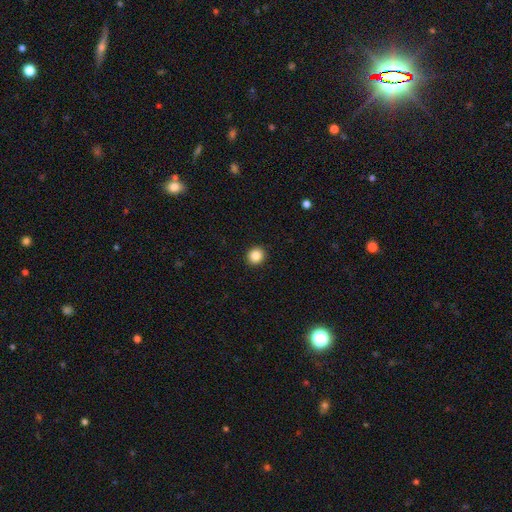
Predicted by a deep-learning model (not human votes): Q: Smooth or featured?
A: smooth (86%); runner-up: star or artifact (10%)
Q: How rounded?
A: round (92%); runner-up: in between (7%)
Q: Merging?
A: none (93%); runner-up: minor disturbance (4%)